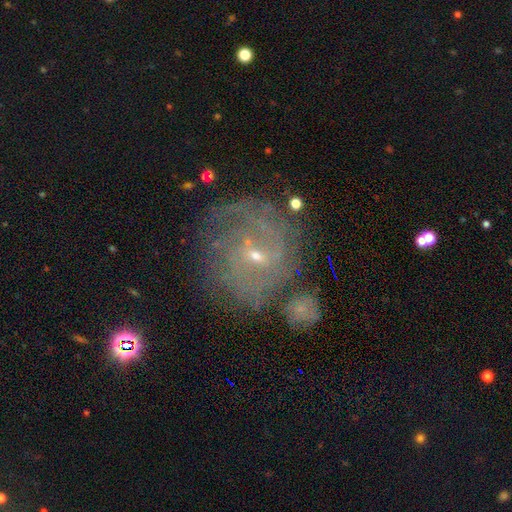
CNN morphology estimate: smooth-or-featured: featured or disk: 83% | star or artifact: 9% | smooth: 8%
  disk-edge-on: no: 97% | yes: 3%
    bar: weak: 52% | no: 33% | strong: 15%
    has-spiral-arms: yes: 95% | no: 5%
      spiral-winding: tight: 70% | medium: 24% | loose: 6%
      spiral-arm-count: can't tell: 37% | 2: 20% | 3: 17% | 4: 12% | more than 4: 8% | 1: 7%
    bulge-size: small: 74% | moderate: 23% | none: 1% | large: 1% | dominant: 1%
  merging: none: 70% | minor disturbance: 16% | major disturbance: 7% | merger: 7%